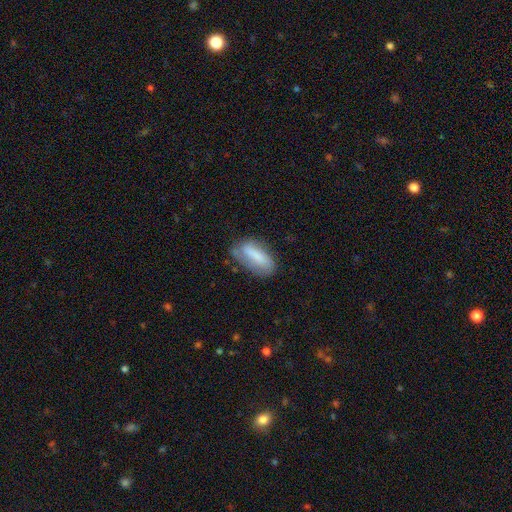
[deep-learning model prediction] Q: Smooth or featured?
A: smooth (69%); runner-up: featured or disk (24%)
Q: How rounded?
A: in between (74%); runner-up: cigar-shaped (23%)
Q: Merging?
A: none (55%); runner-up: minor disturbance (31%)